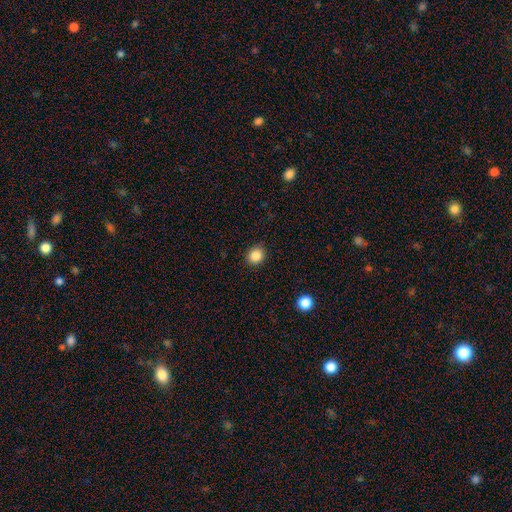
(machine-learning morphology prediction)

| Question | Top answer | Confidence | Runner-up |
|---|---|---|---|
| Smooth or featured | smooth | 85% | star or artifact (10%) |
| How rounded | round | 73% | in between (26%) |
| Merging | none | 89% | minor disturbance (8%) |